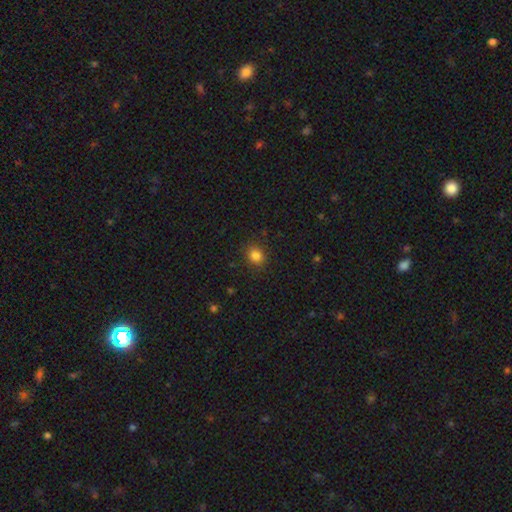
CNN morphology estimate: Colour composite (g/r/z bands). It shows a smooth galaxy with no disk features (83%) that is round (70%). Merging: none (87%).